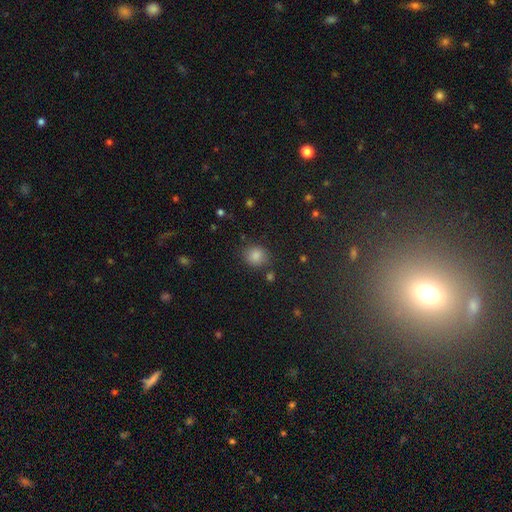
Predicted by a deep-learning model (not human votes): Q: Smooth or featured?
A: smooth (83%); runner-up: star or artifact (12%)
Q: How rounded?
A: round (75%); runner-up: in between (24%)
Q: Merging?
A: none (79%); runner-up: minor disturbance (13%)